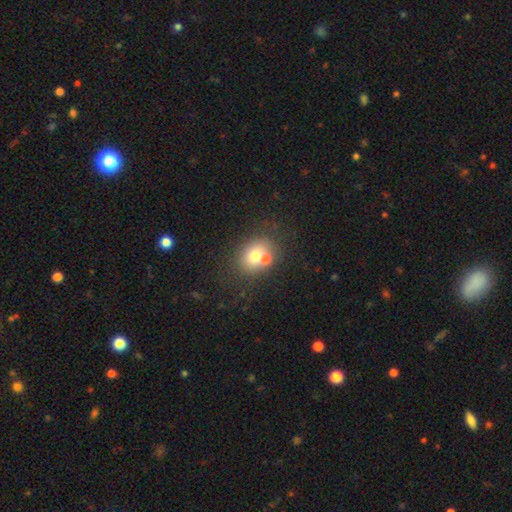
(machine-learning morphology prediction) This appears to be a smooth galaxy with no disk features (68%) that is round (54%). Merging: none (54%).